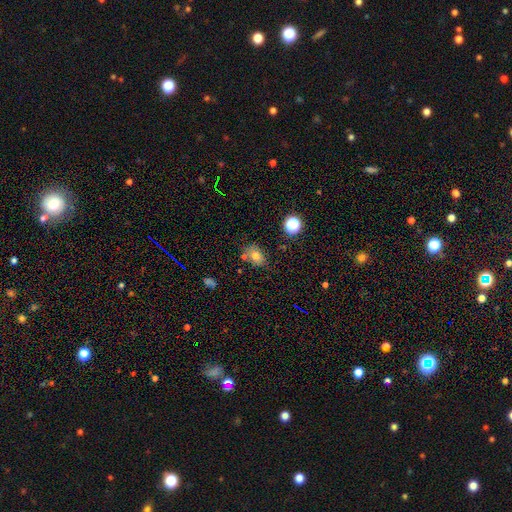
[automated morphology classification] Smooth or featured? Predicted: smooth (p=0.73). How rounded? Predicted: in between (p=0.62). Merging? Predicted: none (p=0.68).